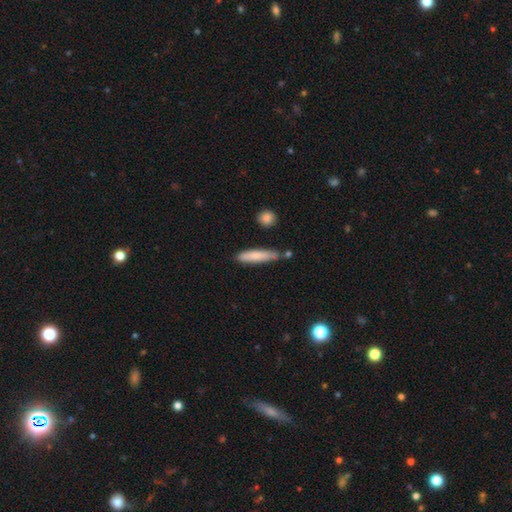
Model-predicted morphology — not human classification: The model was most divided on "merging": none: 70%, minor disturbance: 20%, merger: 7%, major disturbance: 4%. More confident: how rounded — cigar-shaped (84%); smooth or featured — smooth (77%).